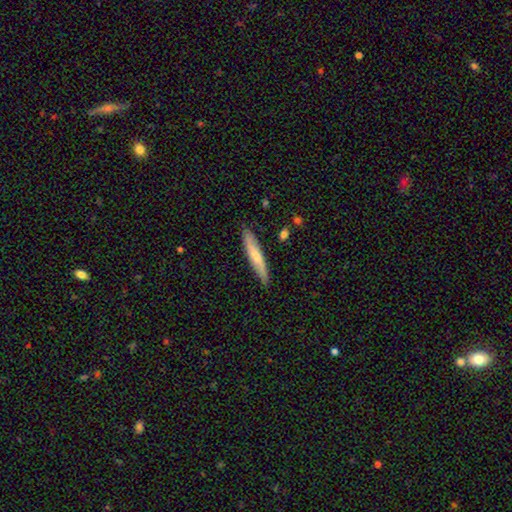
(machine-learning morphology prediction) A smooth galaxy with no disk features (60%) that is cigar-shaped (89%). Merging: none (85%).